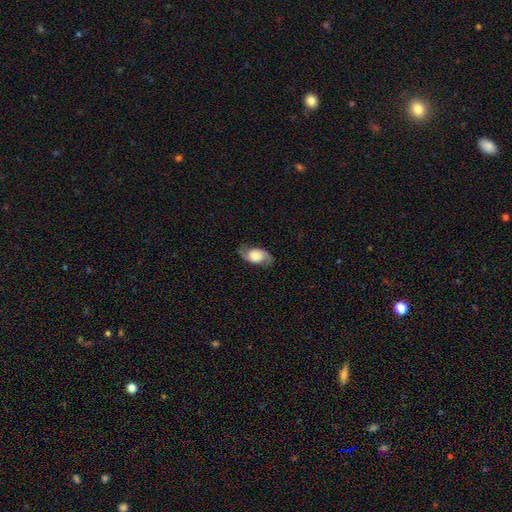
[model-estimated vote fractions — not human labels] Smooth or featured: featured or disk — 59% (smooth — 33%)
Edge-on disk: no — 93% (yes — 7%)
Bar: no — 71% (weak — 23%)
Spiral arms: yes — 90% (no — 10%)
Bulge size: large — 44% (dominant — 18%)
Merging: none — 77% (minor disturbance — 15%)